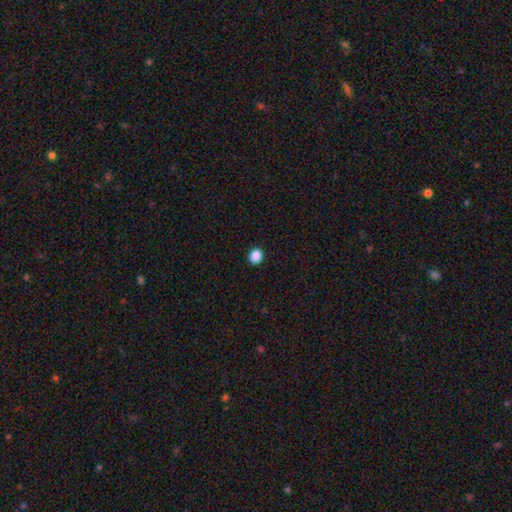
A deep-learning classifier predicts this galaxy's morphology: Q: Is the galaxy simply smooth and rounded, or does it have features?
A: smooth — 87%.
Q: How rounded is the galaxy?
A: round — 73%.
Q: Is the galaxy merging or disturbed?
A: none — 92%.